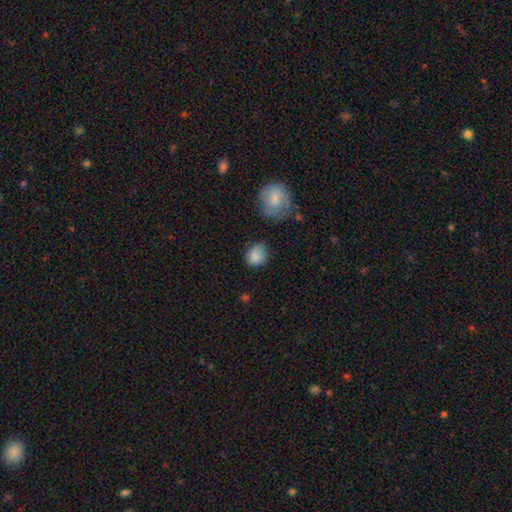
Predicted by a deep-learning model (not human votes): Q: Smooth or featured?
A: smooth (85%); runner-up: star or artifact (9%)
Q: How rounded?
A: round (71%); runner-up: in between (28%)
Q: Merging?
A: none (74%); runner-up: minor disturbance (19%)